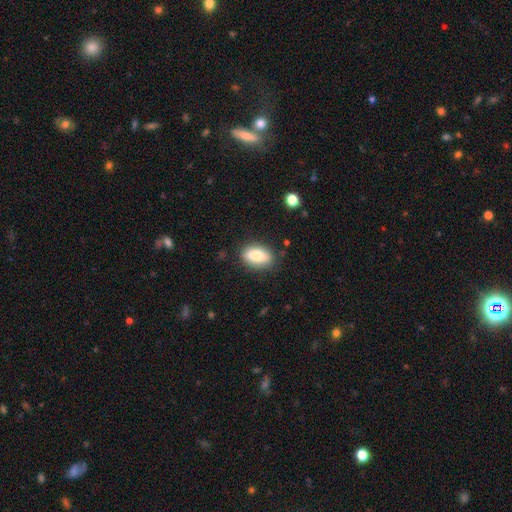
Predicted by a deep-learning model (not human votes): smooth_or_featured: smooth (p=0.80) [alt: featured or disk p=0.13]
how_rounded: in between (p=0.87) [alt: round p=0.08]
merging: none (p=0.83) [alt: minor disturbance p=0.13]